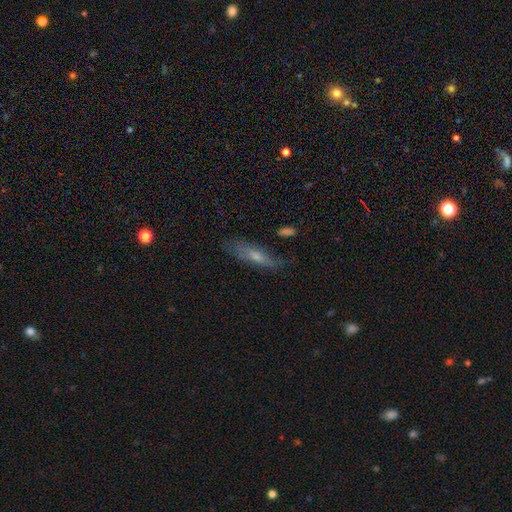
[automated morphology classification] This appears to be a smooth galaxy with no disk features (45%). Merging: none (69%).